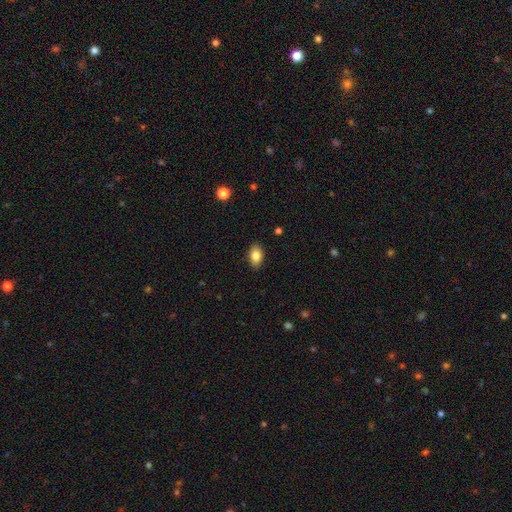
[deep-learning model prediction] smooth_or_featured: smooth (p=0.84) [alt: featured or disk p=0.08]
how_rounded: in between (p=0.88) [alt: round p=0.10]
merging: none (p=0.88) [alt: minor disturbance p=0.09]